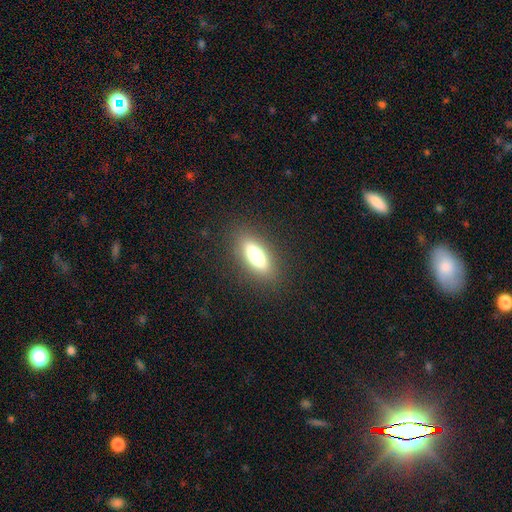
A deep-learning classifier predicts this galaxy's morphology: A smooth galaxy with no disk features (70%) that is in between round and cigar-shaped (54%).

Vote fractions:
- Smooth or featured? smooth: 70% / featured or disk: 21% / star or artifact: 9%
- How rounded? in between: 54% / cigar-shaped: 43% / round: 3%
- Merging? none: 87% / minor disturbance: 9% / major disturbance: 3% / merger: 1%